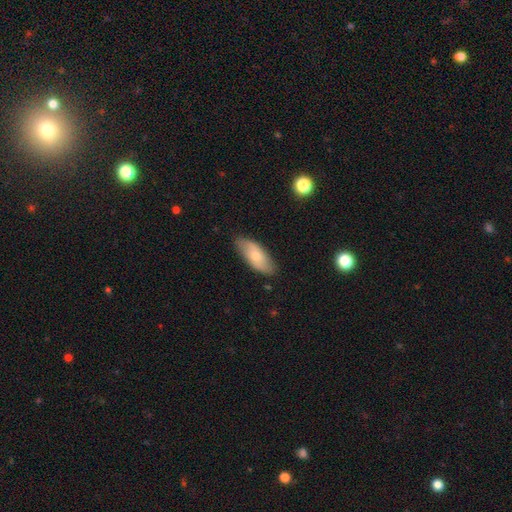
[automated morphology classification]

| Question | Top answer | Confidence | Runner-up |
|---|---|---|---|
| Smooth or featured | smooth | 65% | featured or disk (30%) |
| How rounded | in between | 83% | cigar-shaped (15%) |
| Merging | none | 82% | minor disturbance (14%) |